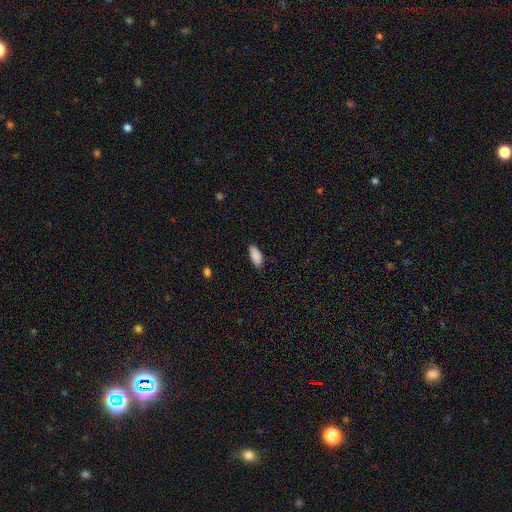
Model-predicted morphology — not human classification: Smooth or featured? smooth (89%)
How rounded? in between (86%)
Merging? none (80%)